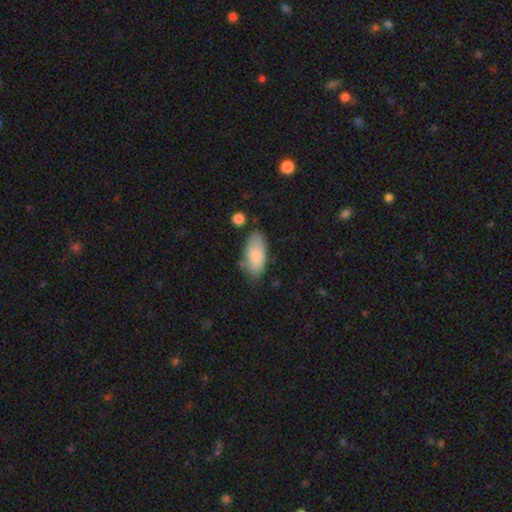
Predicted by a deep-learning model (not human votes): This is likely a smooth galaxy (80%). How rounded: clearly in between (91%). Merging: likely none (68%).